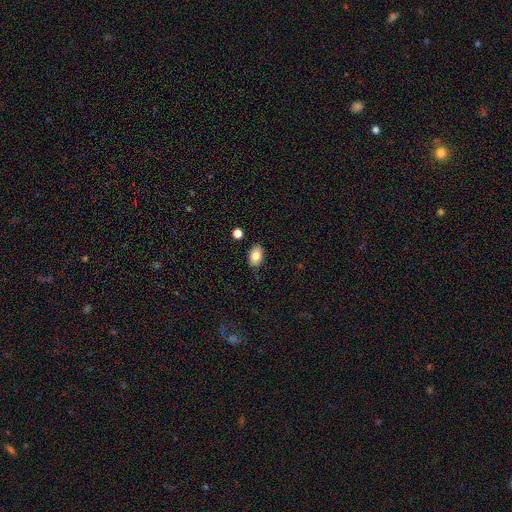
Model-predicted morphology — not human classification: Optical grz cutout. It shows a smooth galaxy with no disk features (84%) that is in between round and cigar-shaped (88%). Merging: none (85%).